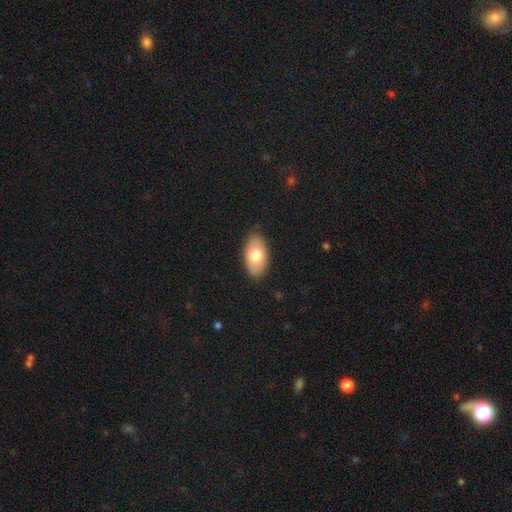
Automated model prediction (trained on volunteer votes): Overall: smooth (75%). How rounded: in between (94%). Merging: none (83%).